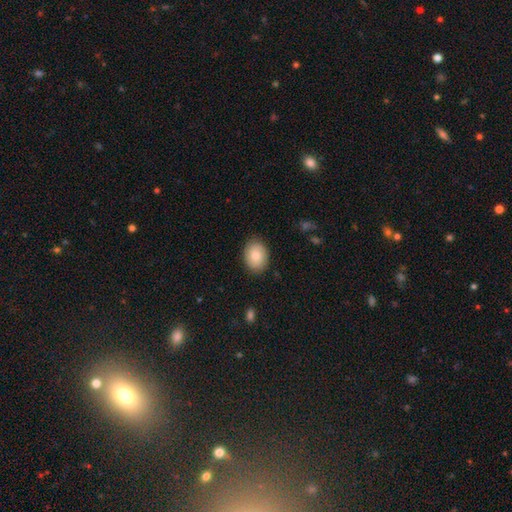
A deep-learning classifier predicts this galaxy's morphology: The model was most divided on "how rounded": in between: 67%, round: 32%, cigar-shaped: 1%. More confident: merging — none (86%); smooth or featured — smooth (80%).